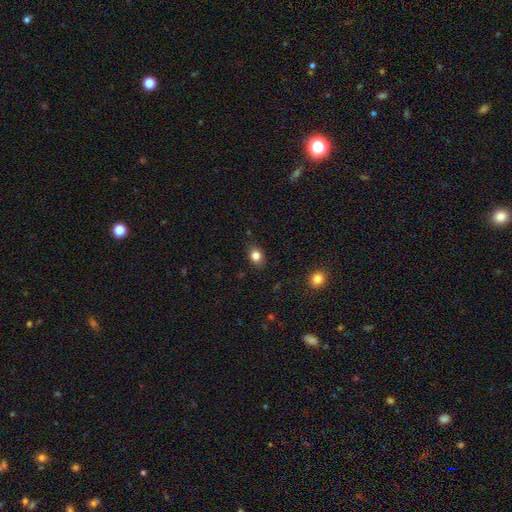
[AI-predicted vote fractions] The model was most divided on "how rounded": in between: 59%, round: 40%, cigar-shaped: 1%. More confident: merging — none (86%); smooth or featured — smooth (82%).